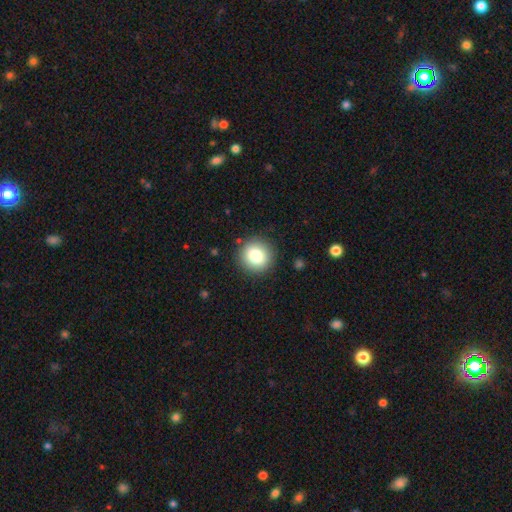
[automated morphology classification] smooth 81%, star or artifact 10%, featured or disk 9%. Down the decision tree: how rounded — round (94%); merging — none (90%).